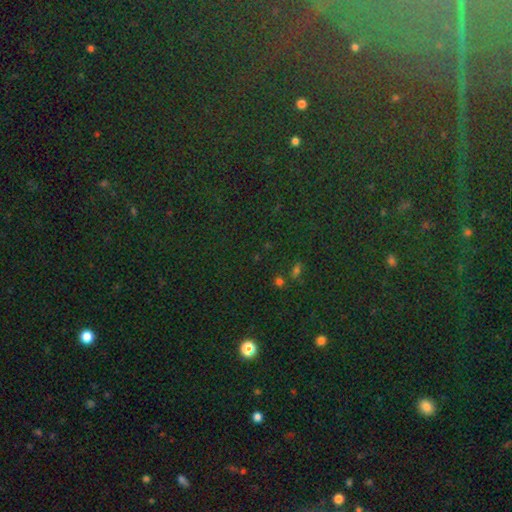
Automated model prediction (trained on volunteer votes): Smooth or featured? Predicted: star or artifact (p=0.78).